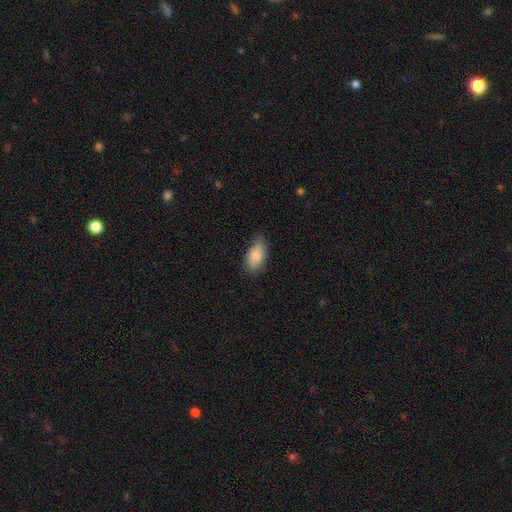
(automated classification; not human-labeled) Smooth or featured: smooth — 87% (featured or disk — 7%)
How rounded: in between — 91% (cigar-shaped — 6%)
Merging: none — 70% (minor disturbance — 24%)